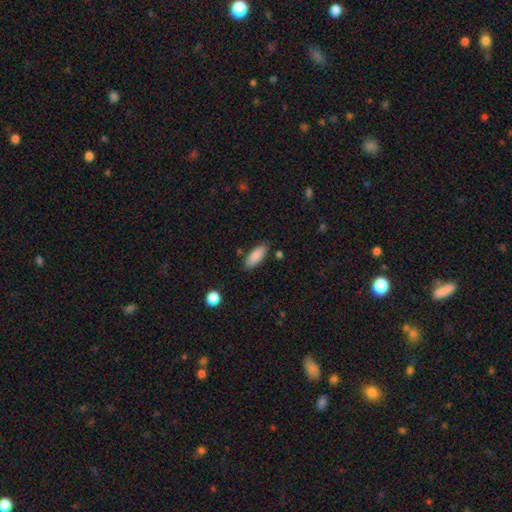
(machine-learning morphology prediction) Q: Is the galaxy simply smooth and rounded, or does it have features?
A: smooth — 88%.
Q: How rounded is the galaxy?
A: in between — 77%.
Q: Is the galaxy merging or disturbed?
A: none — 83%.